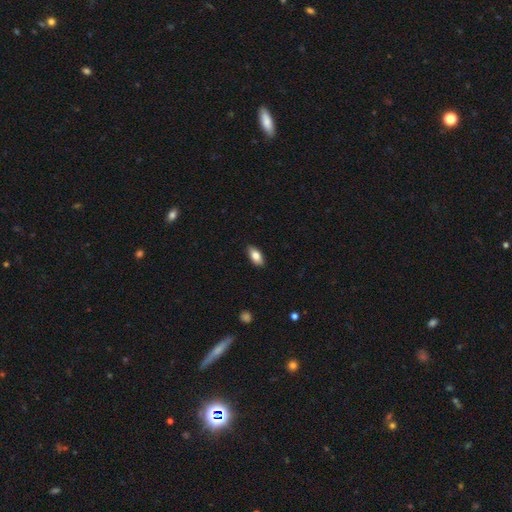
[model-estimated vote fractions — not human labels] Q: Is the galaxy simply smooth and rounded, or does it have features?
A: smooth — 81%.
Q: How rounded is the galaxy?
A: in between — 91%.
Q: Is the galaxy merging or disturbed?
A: none — 89%.